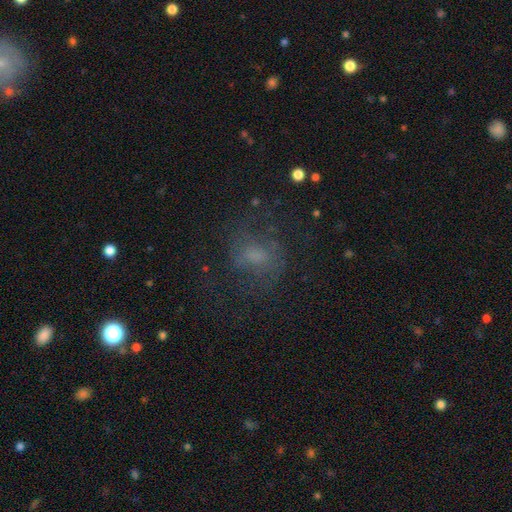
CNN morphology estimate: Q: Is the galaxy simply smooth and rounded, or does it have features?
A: smooth — 42%.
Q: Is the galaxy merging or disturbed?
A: none — 60%.